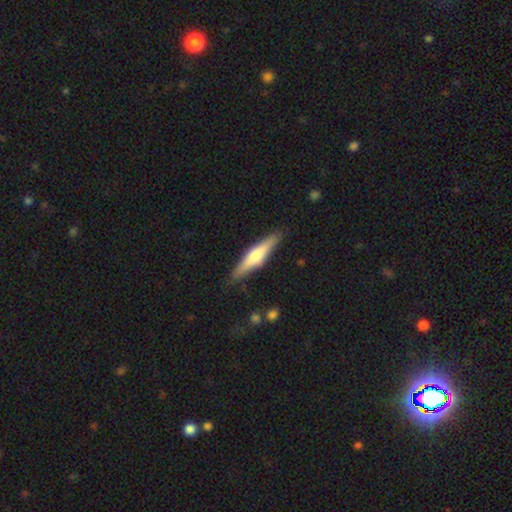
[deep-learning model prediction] Smooth or featured?
  - featured or disk: 51% *
  - smooth: 43%
  - star or artifact: 6%
Edge-on disk?
  - yes: 95% *
  - no: 5%
Merging?
  - none: 87% *
  - minor disturbance: 10%
  - major disturbance: 2%
  - merger: 1%